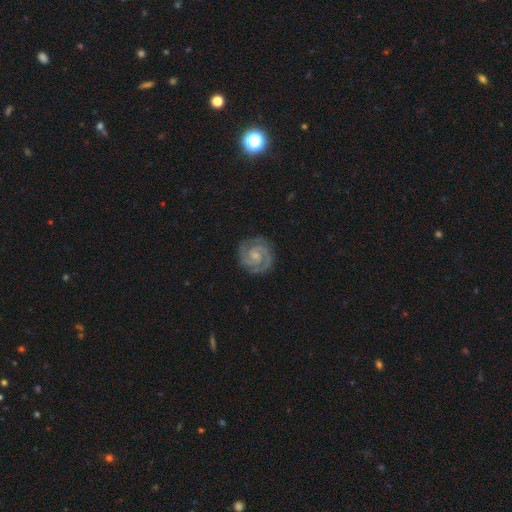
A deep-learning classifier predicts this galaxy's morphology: smooth-or-featured: featured or disk: 90% | smooth: 5% | star or artifact: 4%
  disk-edge-on: no: 98% | yes: 2%
    bar: no: 55% | weak: 37% | strong: 8%
    has-spiral-arms: yes: 98% | no: 2%
      spiral-winding: tight: 70% | medium: 28% | loose: 3%
      spiral-arm-count: 2: 87% | 3: 6% | can't tell: 3% | 1: 1% | 4: 1% | more than 4: 1%
    bulge-size: small: 56% | moderate: 28% | none: 13% | large: 2% | dominant: 1%
  merging: none: 84% | minor disturbance: 12% | major disturbance: 3% | merger: 1%